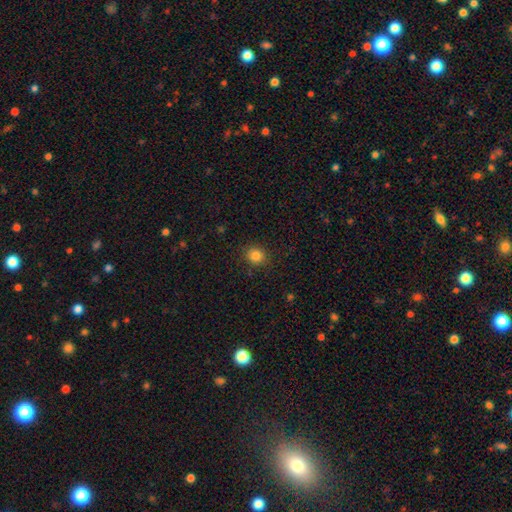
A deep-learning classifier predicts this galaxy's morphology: Overall: smooth (84%). How rounded: round (84%). Merging: none (88%).